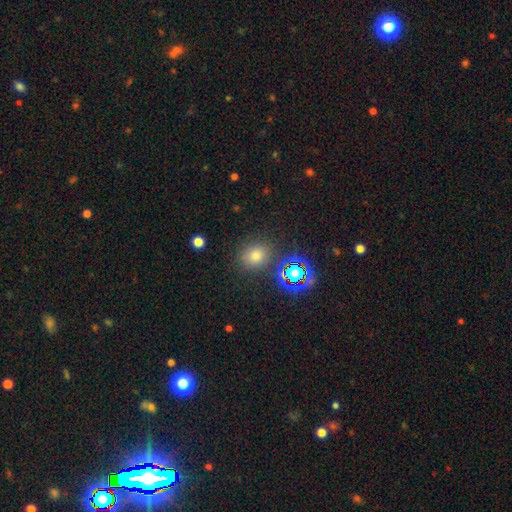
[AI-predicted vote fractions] smooth 65%, star or artifact 28%, featured or disk 7%. Down the decision tree: how rounded — round (68%); merging — none (82%).